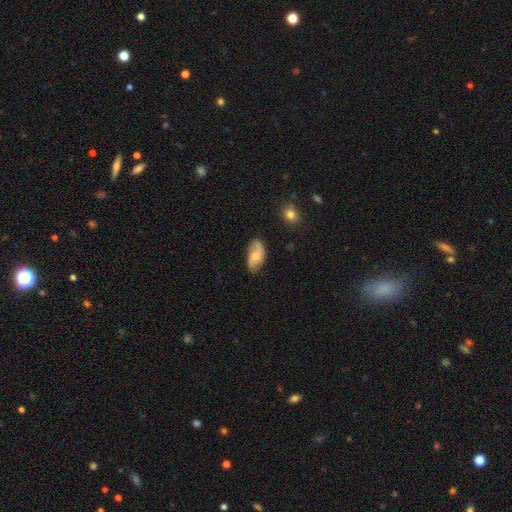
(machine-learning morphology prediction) Overall: featured or disk (48%; smooth 45%). Merging: none (64%; minor disturbance 26%).